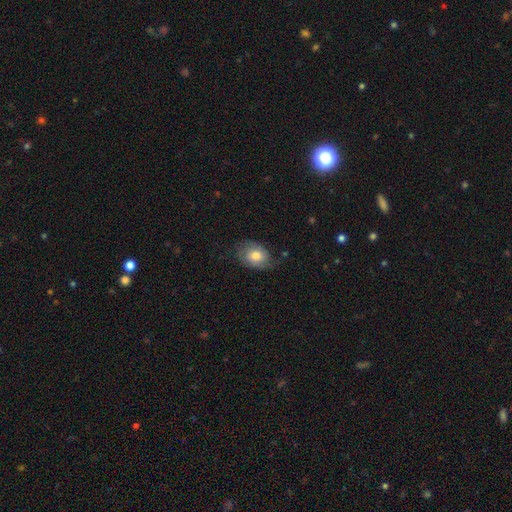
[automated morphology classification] The model was most divided on "merging": none: 62%, minor disturbance: 28%, major disturbance: 9%, merger: 1%. More confident: how rounded — in between (76%); smooth or featured — smooth (70%).